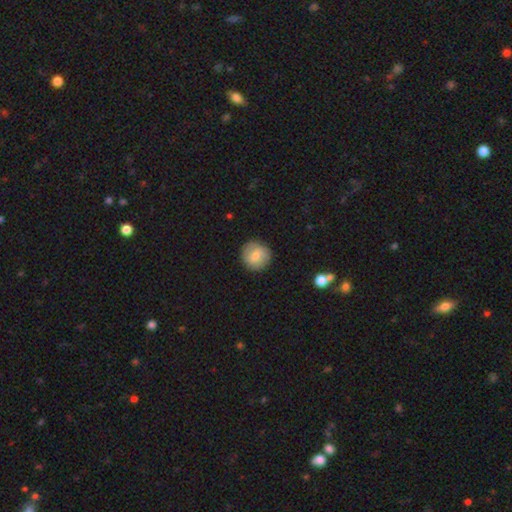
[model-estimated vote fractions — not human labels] smooth 72%, featured or disk 21%, star or artifact 7%. Down the decision tree: how rounded — round (92%); merging — none (88%).